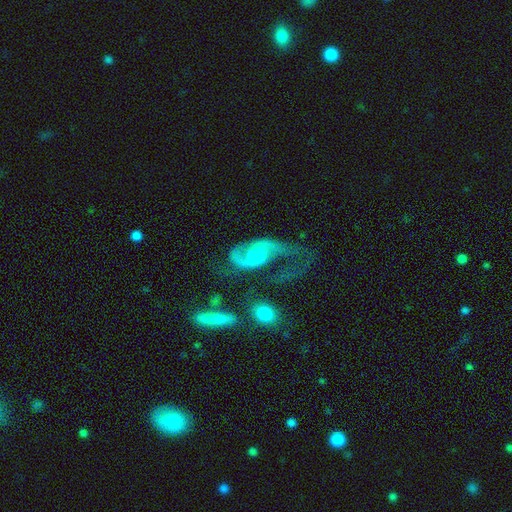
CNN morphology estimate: Smooth or featured? featured or disk (83%)
Edge-on disk? no (96%)
Bar? weak (44%, tied with no)
Spiral arms? yes (93%)
Spiral winding? loose (46%)
Spiral arm count? 2 (80%)
Bulge size? moderate (34%)
Merging? major disturbance (42%)